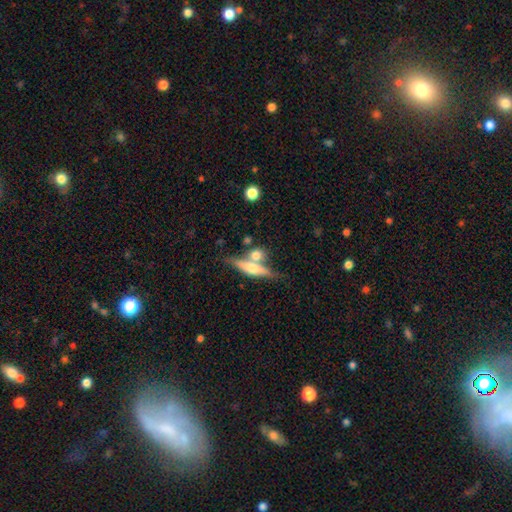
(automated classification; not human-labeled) Smooth or featured? Predicted: smooth (p=0.51). How rounded? Predicted: cigar-shaped (p=0.37). Merging? Predicted: none (p=0.50).